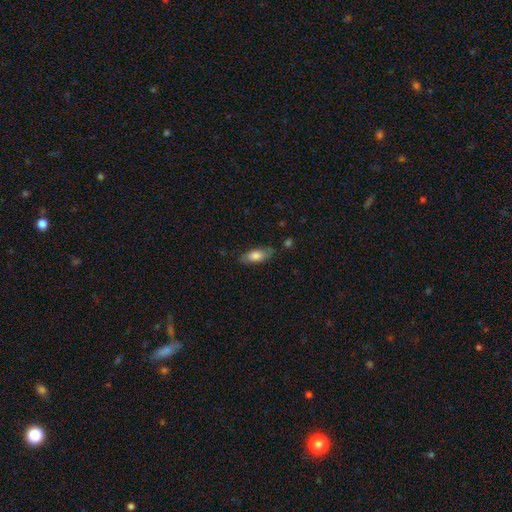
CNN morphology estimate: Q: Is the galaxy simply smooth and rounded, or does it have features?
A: smooth — 73%.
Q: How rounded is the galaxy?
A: in between — 80%.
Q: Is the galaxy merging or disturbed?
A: none — 75%.